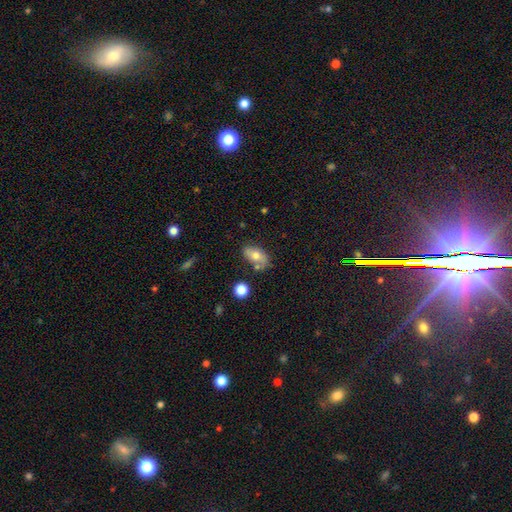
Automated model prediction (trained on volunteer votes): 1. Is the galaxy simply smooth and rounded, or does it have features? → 69% smooth, 22% featured or disk, 9% star or artifact.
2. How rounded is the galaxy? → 89% in between, 8% round, 3% cigar-shaped.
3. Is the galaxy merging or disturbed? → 65% none, 20% minor disturbance, 10% merger, 5% major disturbance.